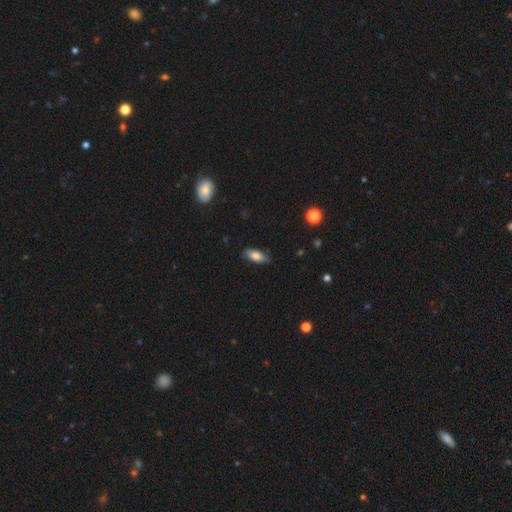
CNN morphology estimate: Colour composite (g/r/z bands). It shows a smooth galaxy with no disk features (76%) that is in between round and cigar-shaped (83%). Merging: none (80%).